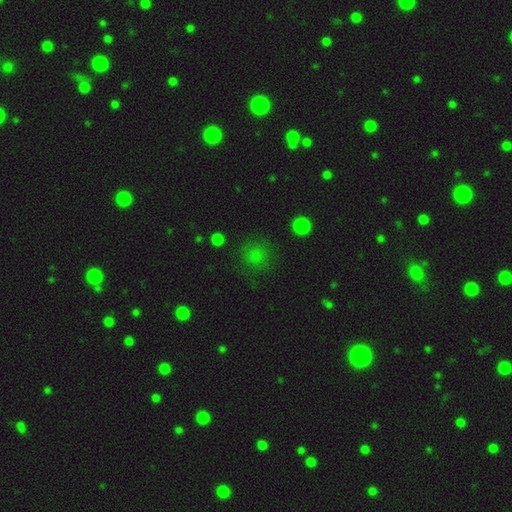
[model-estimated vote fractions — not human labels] Smooth or featured: smooth — 68% (star or artifact — 25%)
How rounded: round — 88% (in between — 11%)
Merging: none — 79% (minor disturbance — 12%)